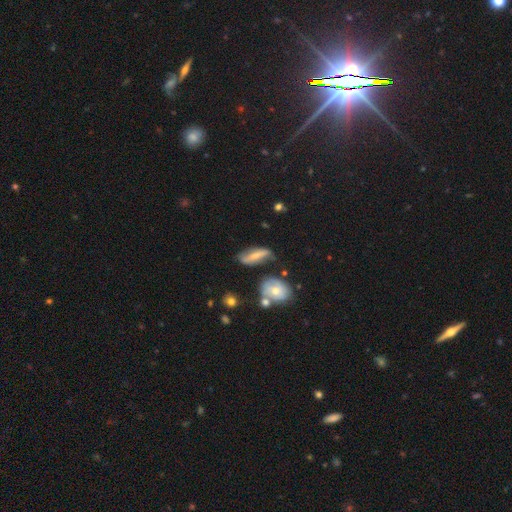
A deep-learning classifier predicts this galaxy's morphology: Smooth or featured? Predicted: smooth (p=0.47). Merging? Predicted: none (p=0.54).